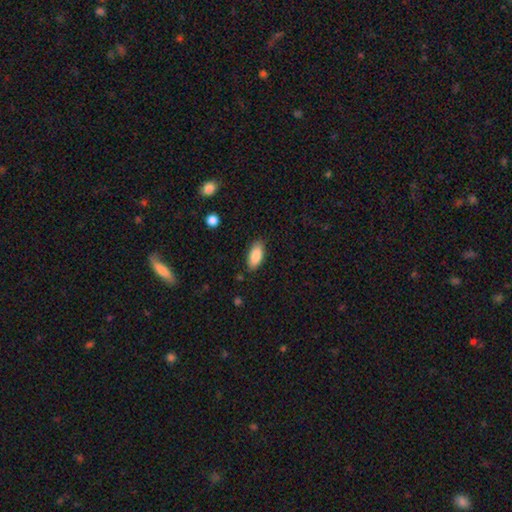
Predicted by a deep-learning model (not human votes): Smooth or featured? smooth (87%)
How rounded? in between (89%)
Merging? none (85%)